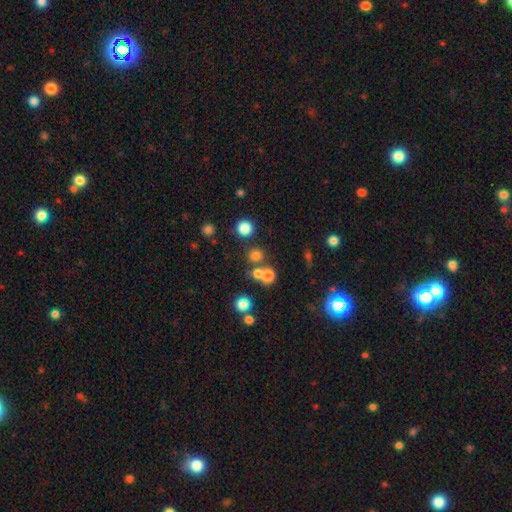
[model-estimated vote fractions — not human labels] A smooth galaxy with no disk features (72%) that is round (88%).

Vote fractions:
- Smooth or featured? smooth: 72% / star or artifact: 19% / featured or disk: 9%
- How rounded? round: 88% / in between: 11% / cigar-shaped: 1%
- Merging? none: 64% / merger: 25% / minor disturbance: 7% / major disturbance: 4%